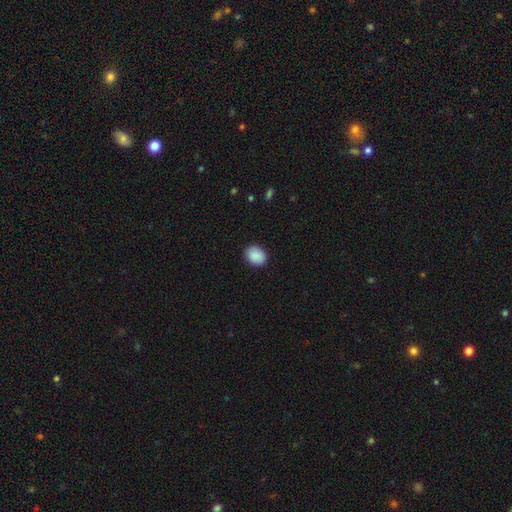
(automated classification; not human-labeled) Smooth or featured: smooth — 90% (star or artifact — 7%)
How rounded: round — 50% (in between — 49%)
Merging: none — 88% (minor disturbance — 9%)